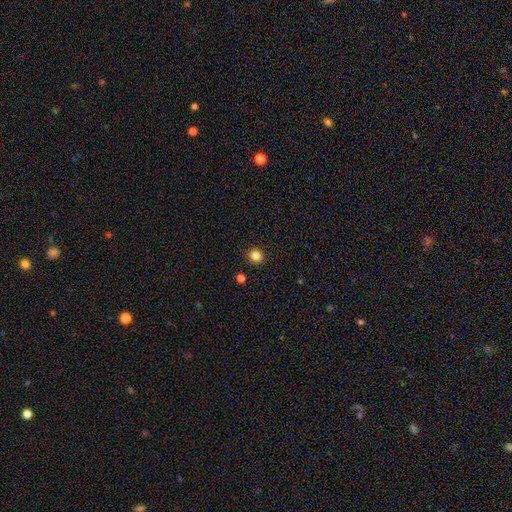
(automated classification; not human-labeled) The model was most divided on "smooth or featured": smooth: 83%, star or artifact: 12%, featured or disk: 4%. More confident: how rounded — round (92%); merging — none (92%).